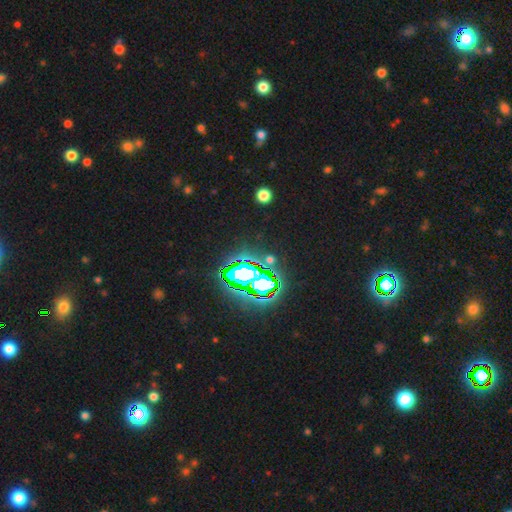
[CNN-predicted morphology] smooth_or_featured: star or artifact (p=0.71) [alt: smooth p=0.15]